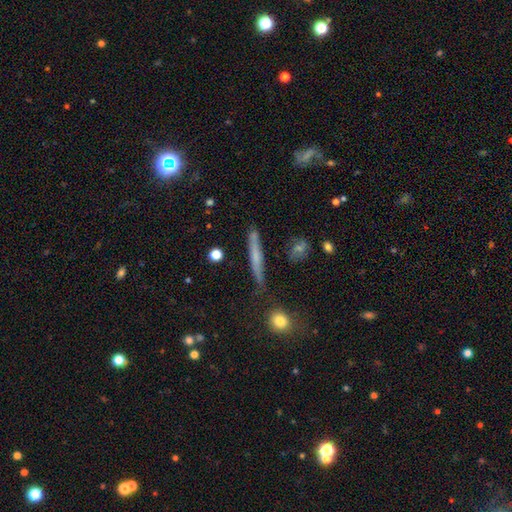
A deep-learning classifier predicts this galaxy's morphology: The model was most divided on "smooth or featured" (2-way tie): featured or disk: 45%, smooth: 45%, star or artifact: 10%. More confident: merging — none (81%).